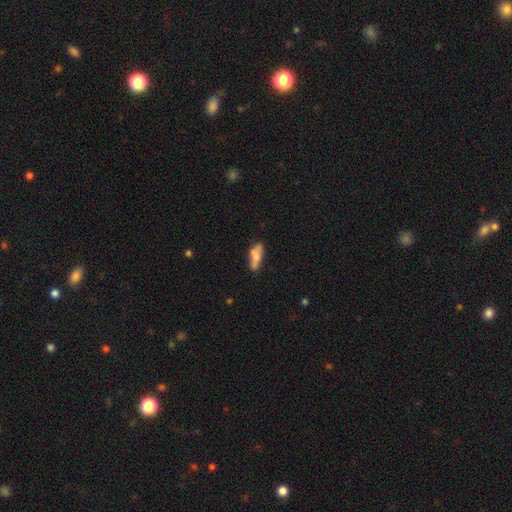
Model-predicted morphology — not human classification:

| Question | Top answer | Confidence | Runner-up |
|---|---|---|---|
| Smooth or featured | smooth | 57% | featured or disk (35%) |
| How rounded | in between | 56% | cigar-shaped (41%) |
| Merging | none | 57% | minor disturbance (22%) |